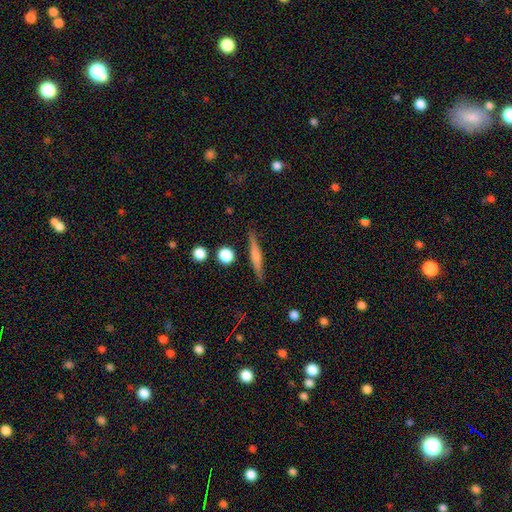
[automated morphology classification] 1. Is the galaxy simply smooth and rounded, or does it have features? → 50% smooth, 43% featured or disk, 8% star or artifact.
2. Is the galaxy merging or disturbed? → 86% none, 9% minor disturbance, 2% merger, 2% major disturbance.